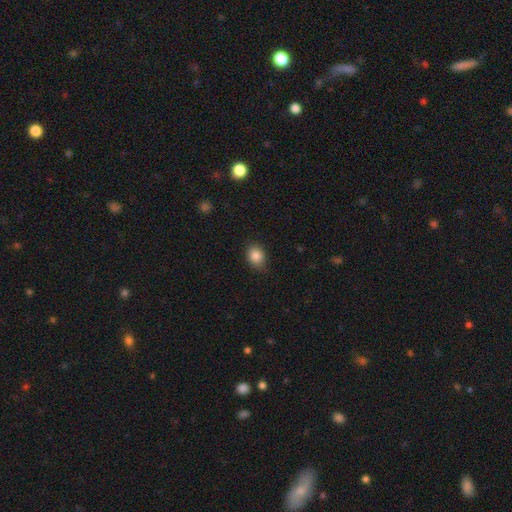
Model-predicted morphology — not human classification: Smooth or featured? Predicted: smooth (p=0.86). How rounded? Predicted: in between (p=0.51). Merging? Predicted: none (p=0.81).